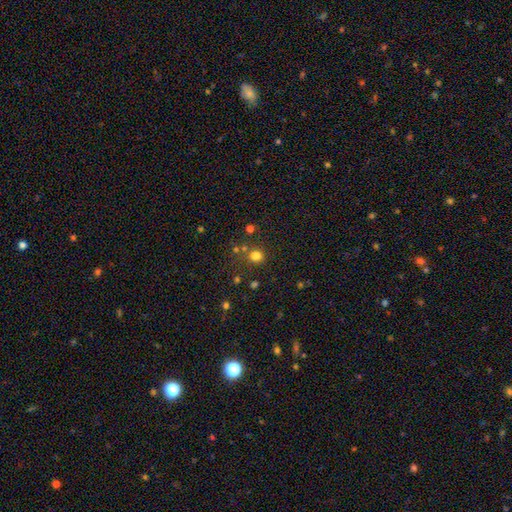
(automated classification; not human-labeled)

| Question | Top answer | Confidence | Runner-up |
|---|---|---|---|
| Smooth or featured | smooth | 76% | star or artifact (18%) |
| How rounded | round | 82% | in between (18%) |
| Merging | none | 74% | merger (11%) |